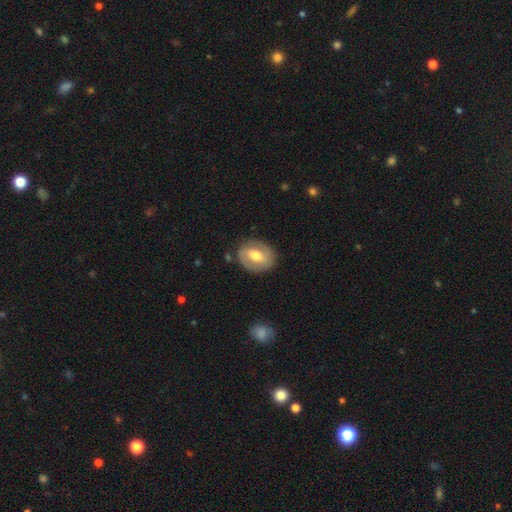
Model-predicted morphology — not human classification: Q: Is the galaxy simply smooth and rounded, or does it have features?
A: featured or disk — 54%.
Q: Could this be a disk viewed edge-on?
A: no — 94%.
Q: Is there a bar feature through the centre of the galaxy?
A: weak — 42%.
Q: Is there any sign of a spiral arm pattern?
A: yes — 51%.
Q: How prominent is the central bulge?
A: moderate — 71%.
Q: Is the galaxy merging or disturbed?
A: none — 82%.